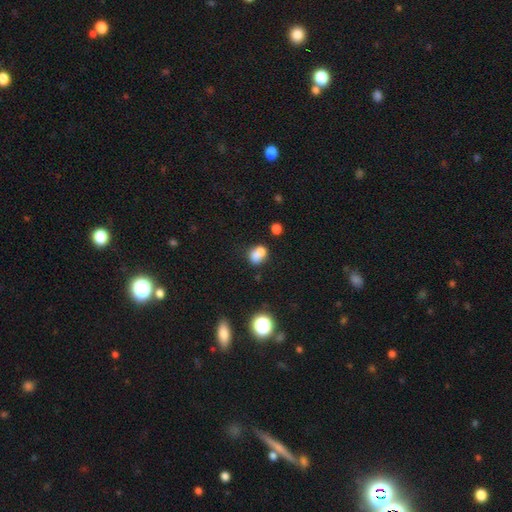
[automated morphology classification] Smooth or featured? Predicted: smooth (p=0.70). How rounded? Predicted: round (p=0.53). Merging? Predicted: merger (p=0.53).